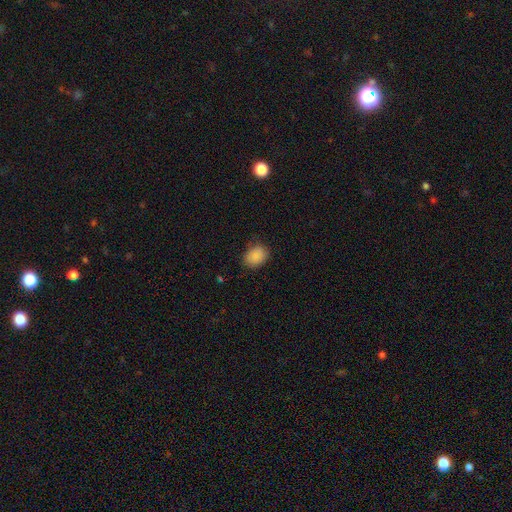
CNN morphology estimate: A smooth galaxy with no disk features (88%) that is in between round and cigar-shaped (59%).

Vote fractions:
- Smooth or featured? smooth: 88% / star or artifact: 9% / featured or disk: 4%
- How rounded? in between: 59% / round: 40% / cigar-shaped: 1%
- Merging? none: 78% / minor disturbance: 17% / major disturbance: 4% / merger: 1%